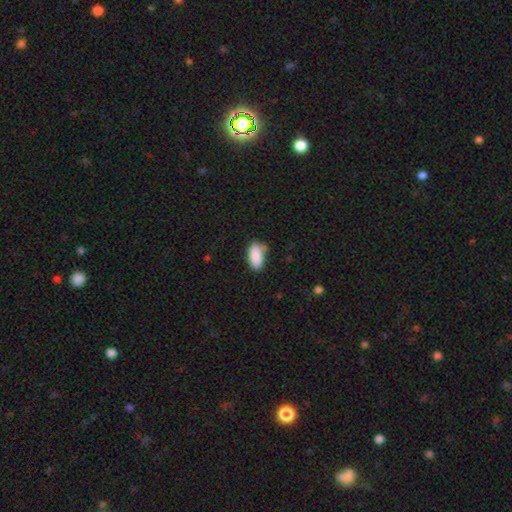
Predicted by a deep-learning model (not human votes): smooth-or-featured: smooth: 88% | star or artifact: 7% | featured or disk: 5%
  how-rounded: in between: 89% | cigar-shaped: 9% | round: 3%
  merging: none: 66% | minor disturbance: 25% | major disturbance: 5% | merger: 4%